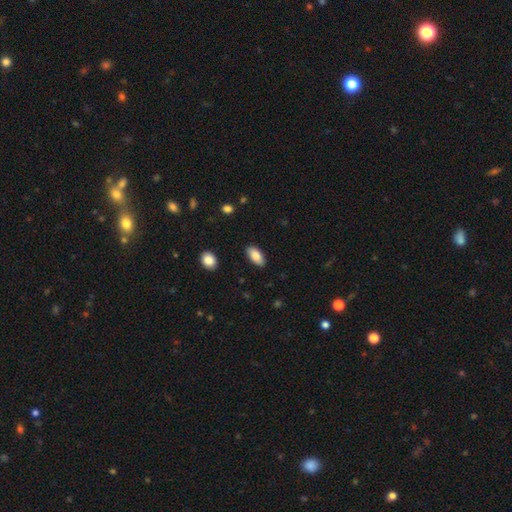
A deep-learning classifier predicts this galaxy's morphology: A smooth galaxy with no disk features (86%) that is in between round and cigar-shaped (92%).

Vote fractions:
- Smooth or featured? smooth: 86% / featured or disk: 7% / star or artifact: 7%
- How rounded? in between: 92% / cigar-shaped: 5% / round: 3%
- Merging? none: 87% / minor disturbance: 9% / major disturbance: 2% / merger: 1%